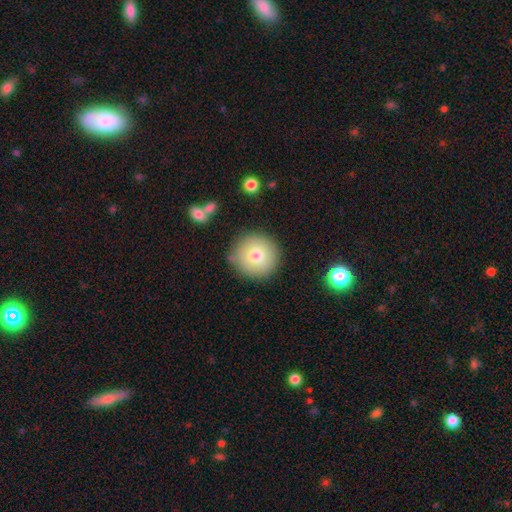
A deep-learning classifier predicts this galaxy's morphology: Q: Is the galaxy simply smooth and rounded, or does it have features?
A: smooth — 76%.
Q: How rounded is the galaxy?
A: round — 95%.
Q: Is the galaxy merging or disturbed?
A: none — 84%.